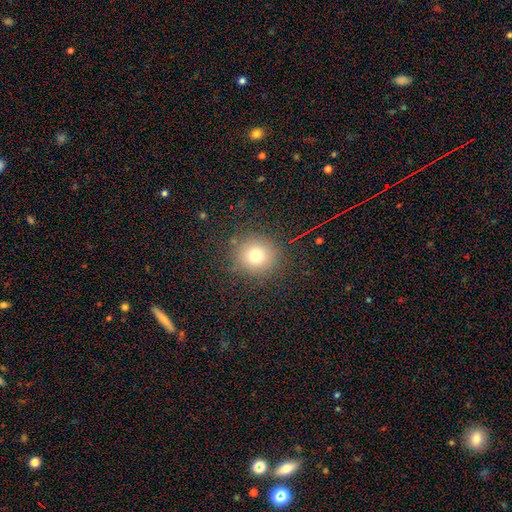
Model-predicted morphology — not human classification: Smooth or featured? smooth (73%)
How rounded? round (90%)
Merging? none (85%)